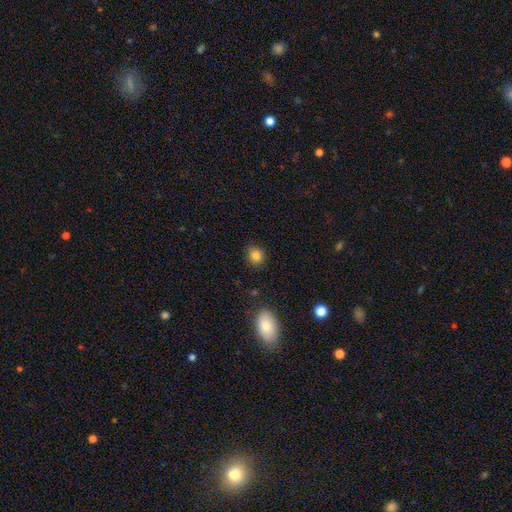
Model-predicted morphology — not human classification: Overall: smooth (84%). How rounded: round (71%). Merging: none (85%).